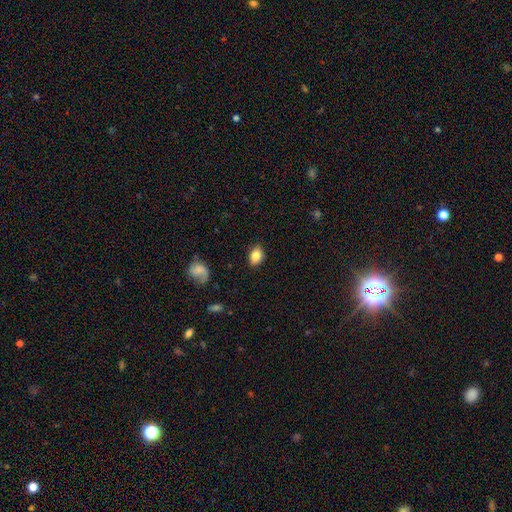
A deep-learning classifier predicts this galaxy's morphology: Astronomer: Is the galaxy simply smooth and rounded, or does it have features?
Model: smooth — 84%.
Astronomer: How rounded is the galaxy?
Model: in between — 74%.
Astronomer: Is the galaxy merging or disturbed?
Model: none — 86%.